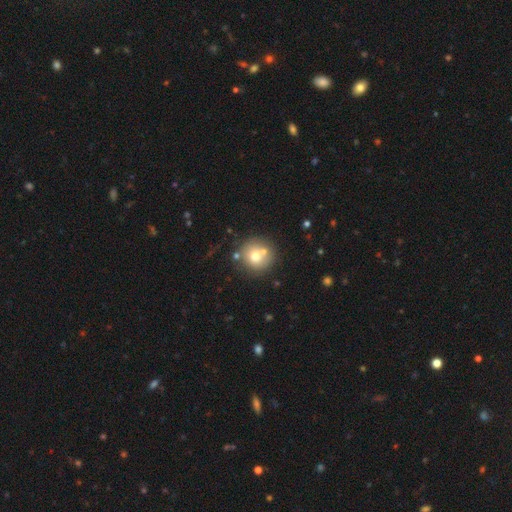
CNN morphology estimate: Smooth or featured? Predicted: smooth (p=0.69). How rounded? Predicted: round (p=0.93). Merging? Predicted: none (p=0.67).